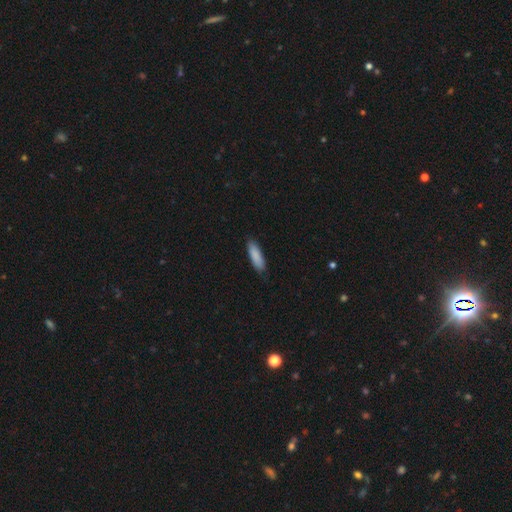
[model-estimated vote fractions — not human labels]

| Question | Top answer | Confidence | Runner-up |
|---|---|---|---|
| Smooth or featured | smooth | 88% | featured or disk (6%) |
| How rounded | cigar-shaped | 51% | in between (48%) |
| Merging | none | 83% | minor disturbance (13%) |